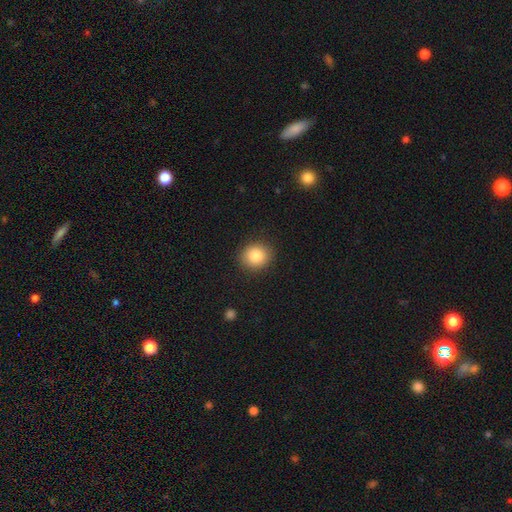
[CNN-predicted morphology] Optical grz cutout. It shows a smooth galaxy with no disk features (84%) that is round (80%). Merging: none (89%).